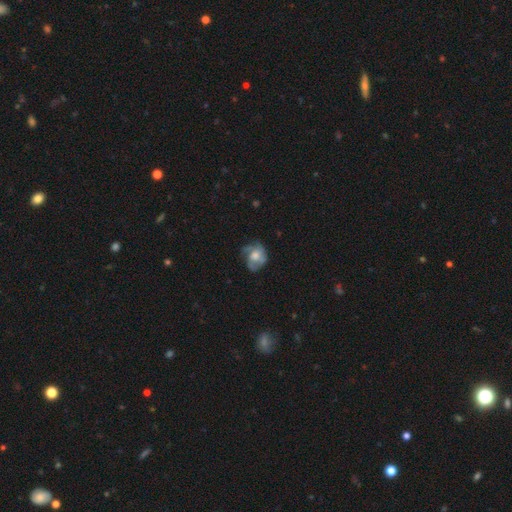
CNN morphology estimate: Smooth or featured? Predicted: featured or disk (p=0.55). Edge-on disk? Predicted: no (p=0.97). Bar? Predicted: no (p=0.77). Spiral arms? Predicted: yes (p=0.69). Bulge size? Predicted: moderate (p=0.49). Merging? Predicted: none (p=0.51).